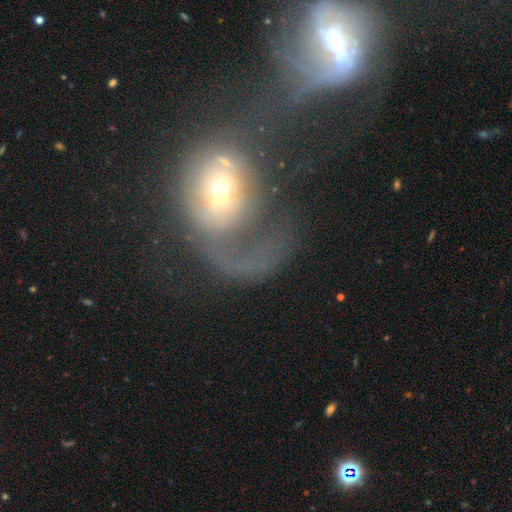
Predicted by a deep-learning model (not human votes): A featured or disk galaxy (54%) with no bar (69%), no spiral arms (51%) and a moderate central bulge (62%). Merging: major disturbance (46%).